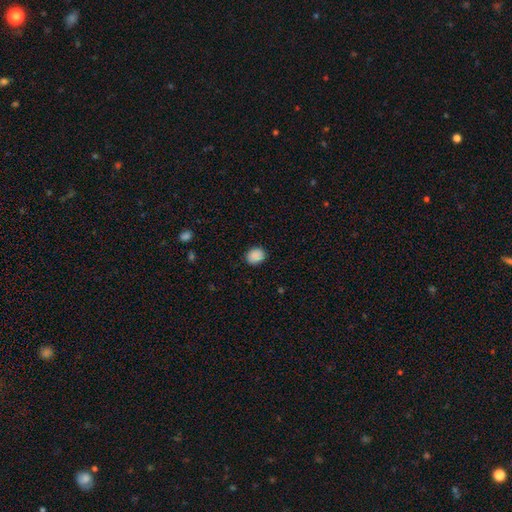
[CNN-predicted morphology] Overall: smooth (89%). How rounded: round (59%; in between 40%). Merging: none (86%).